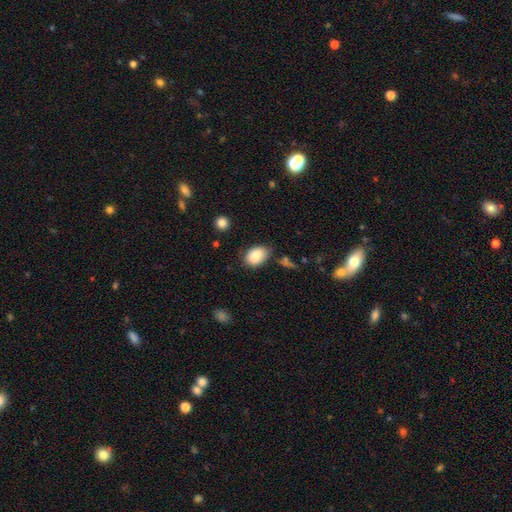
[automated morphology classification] A smooth galaxy with no disk features (85%) that is in between round and cigar-shaped (83%). Merging: none (75%).